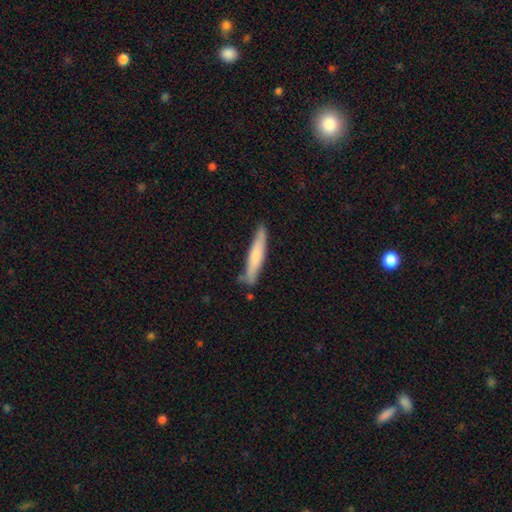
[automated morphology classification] A smooth galaxy with no disk features (67%) that is cigar-shaped (91%). Merging: none (82%).